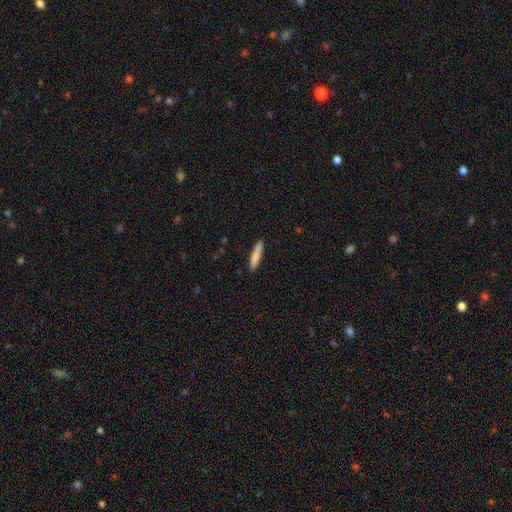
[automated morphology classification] Overall: smooth (81%). How rounded: cigar-shaped (89%). Merging: none (89%).